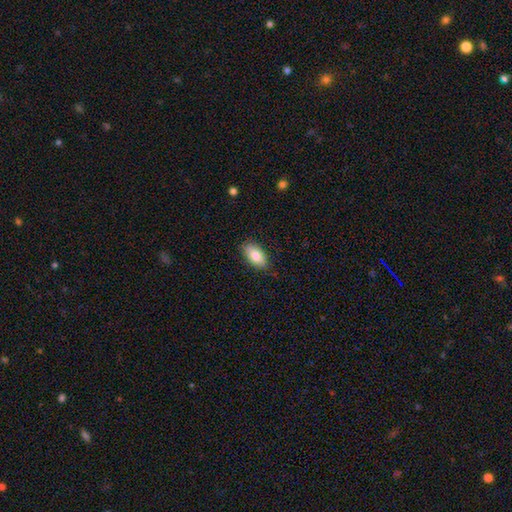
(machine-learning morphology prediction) Smooth or featured? Predicted: smooth (p=0.82). How rounded? Predicted: in between (p=0.92). Merging? Predicted: none (p=0.83).